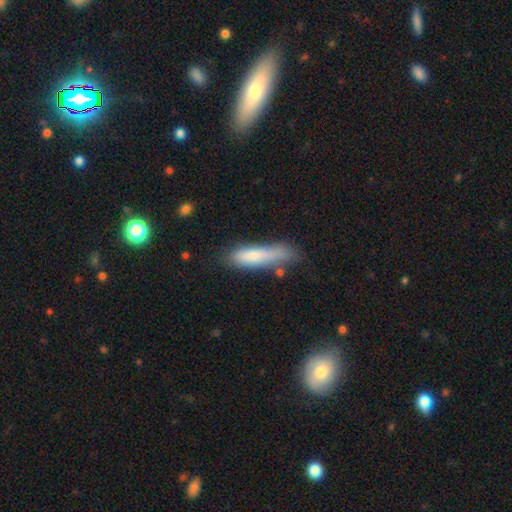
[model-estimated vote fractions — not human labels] Morphology: type=smooth (74%); roundness=cigar-shaped (75%); merging=none (59%).